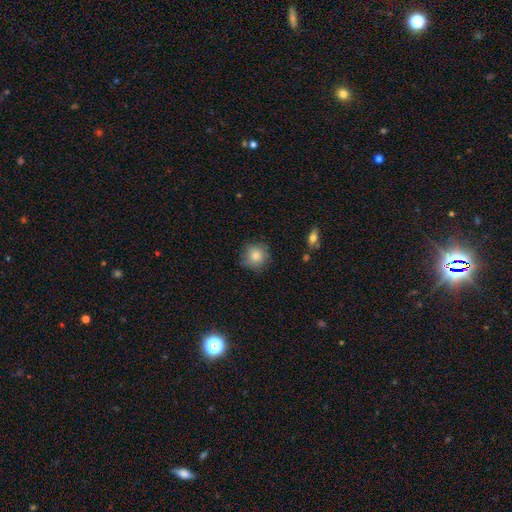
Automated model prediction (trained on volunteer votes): Smooth or featured: smooth — 81% (featured or disk — 10%)
How rounded: round — 91% (in between — 8%)
Merging: none — 75% (minor disturbance — 19%)